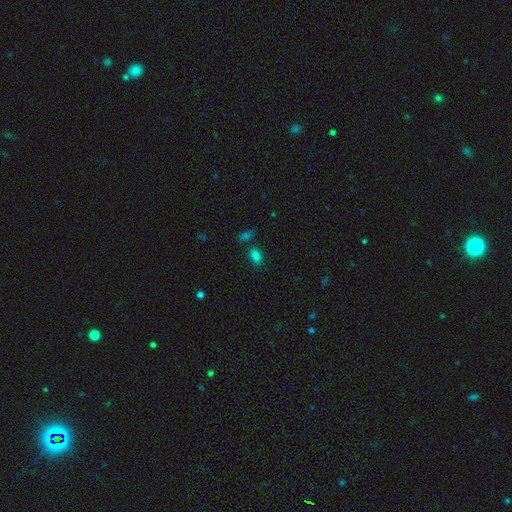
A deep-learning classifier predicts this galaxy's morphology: This appears to be a smooth galaxy with no disk features (80%) that is in between round and cigar-shaped (88%). Merging: none (73%).